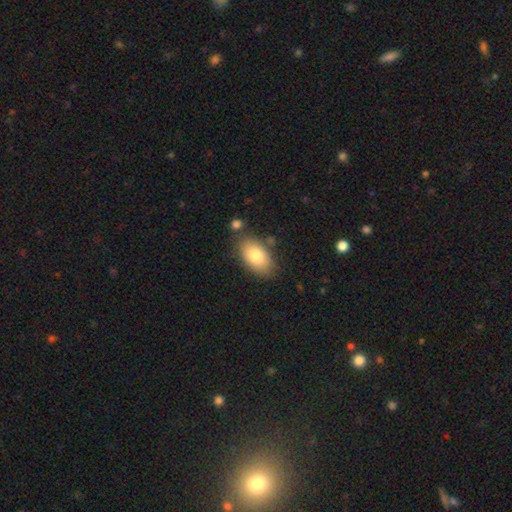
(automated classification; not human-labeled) Smooth or featured? Predicted: smooth (p=0.82). How rounded? Predicted: in between (p=0.93). Merging? Predicted: none (p=0.76).